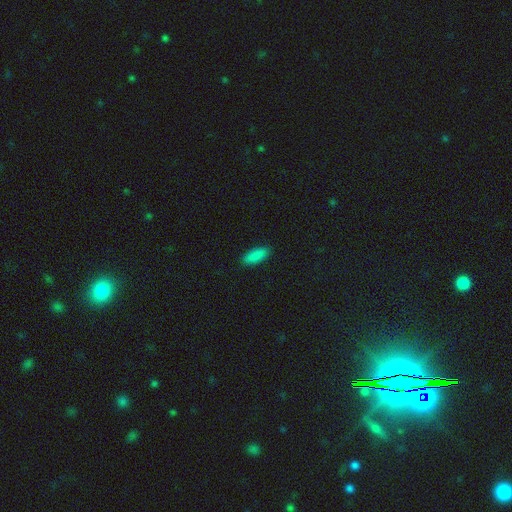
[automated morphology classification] smooth 89%, star or artifact 8%, featured or disk 4%. Down the decision tree: how rounded — in between (71%); merging — none (89%).